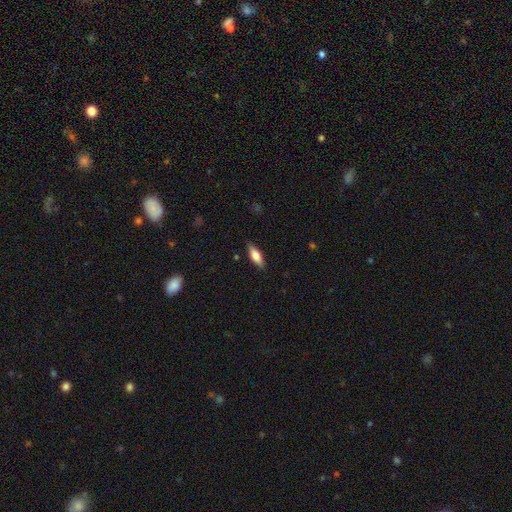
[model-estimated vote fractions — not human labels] Smooth or featured?
  - smooth: 68% *
  - featured or disk: 25%
  - star or artifact: 6%
How rounded?
  - in between: 61% *
  - cigar-shaped: 37%
  - round: 2%
Merging?
  - none: 86% *
  - minor disturbance: 11%
  - major disturbance: 2%
  - merger: 1%